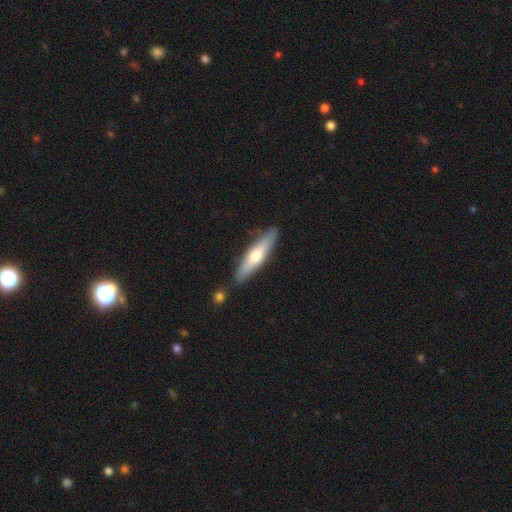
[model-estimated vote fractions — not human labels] Smooth or featured: smooth — 52% (featured or disk — 43%)
How rounded: cigar-shaped — 80% (in between — 18%)
Merging: none — 84% (minor disturbance — 11%)